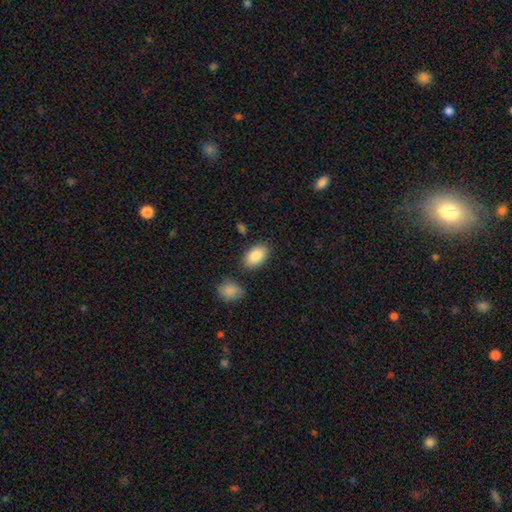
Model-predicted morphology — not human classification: A smooth galaxy with no disk features (87%) that is in between round and cigar-shaped (92%). Merging: none (81%).